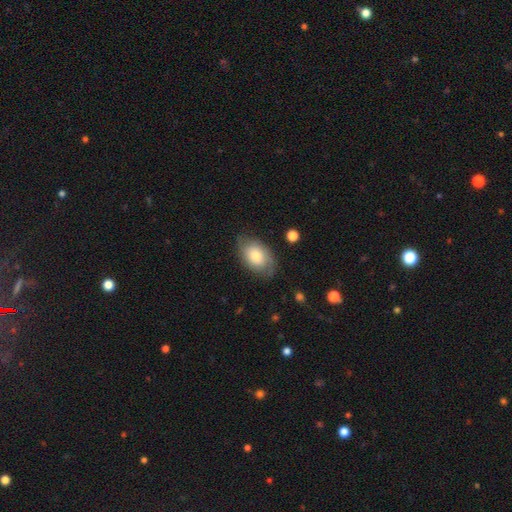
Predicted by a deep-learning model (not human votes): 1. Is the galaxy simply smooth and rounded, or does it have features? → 63% smooth, 30% featured or disk, 7% star or artifact.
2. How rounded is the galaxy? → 85% in between, 14% round, 1% cigar-shaped.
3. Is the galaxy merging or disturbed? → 71% none, 21% minor disturbance, 6% major disturbance, 2% merger.